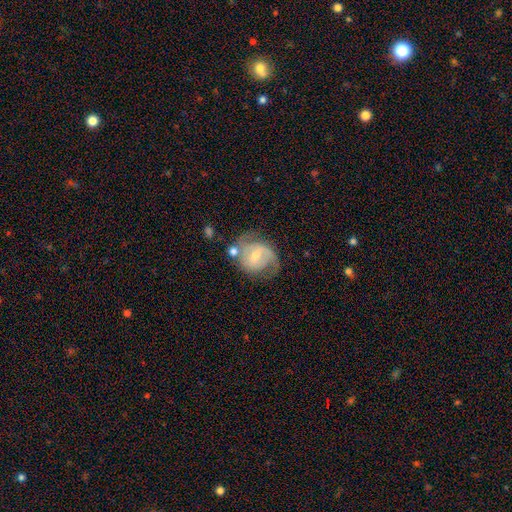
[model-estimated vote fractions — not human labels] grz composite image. It shows a featured or disk galaxy (73%) with a weak bar (54%), 2 (73%) medium (48%) spiral arms (87%) and a small central bulge (55%). Merging: none (52%).